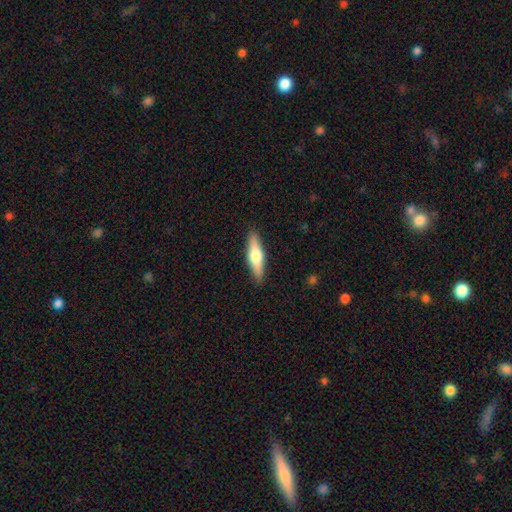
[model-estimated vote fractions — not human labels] Smooth or featured? smooth (53%)
How rounded? cigar-shaped (71%)
Merging? none (90%)